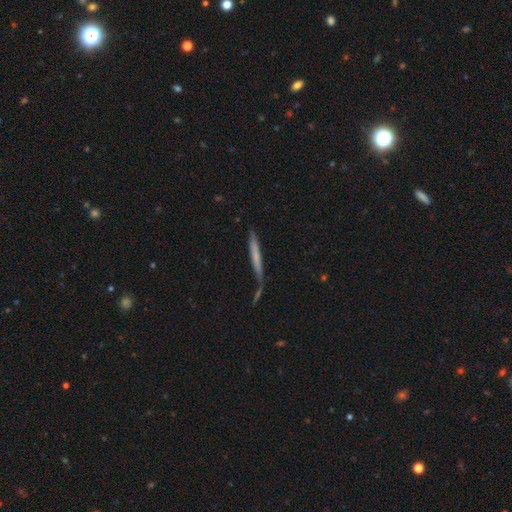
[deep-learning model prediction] Smooth or featured?
  - smooth: 57% *
  - featured or disk: 36%
  - star or artifact: 7%
How rounded?
  - cigar-shaped: 95% *
  - in between: 3%
  - round: 2%
Merging?
  - none: 63% *
  - minor disturbance: 17%
  - merger: 13%
  - major disturbance: 7%